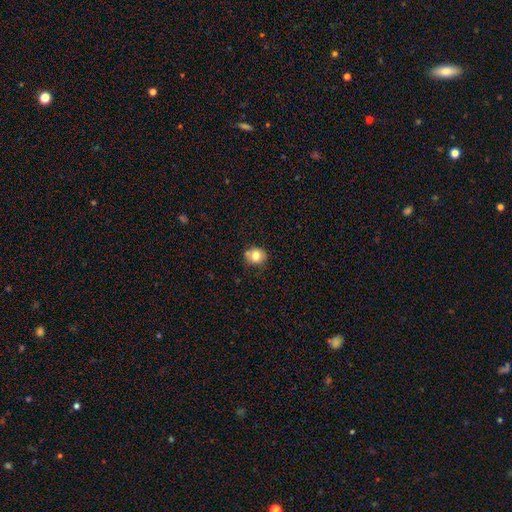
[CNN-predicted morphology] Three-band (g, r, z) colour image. It shows a smooth galaxy with no disk features (76%) that is round (77%). Merging: none (66%).